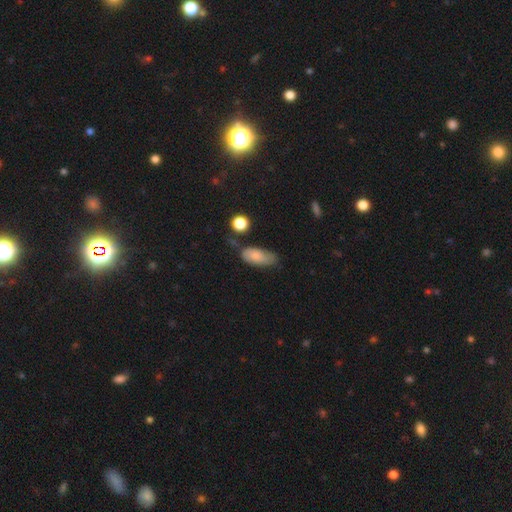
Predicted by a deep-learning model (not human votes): Smooth or featured? smooth (78%)
How rounded? in between (86%)
Merging? none (52%)